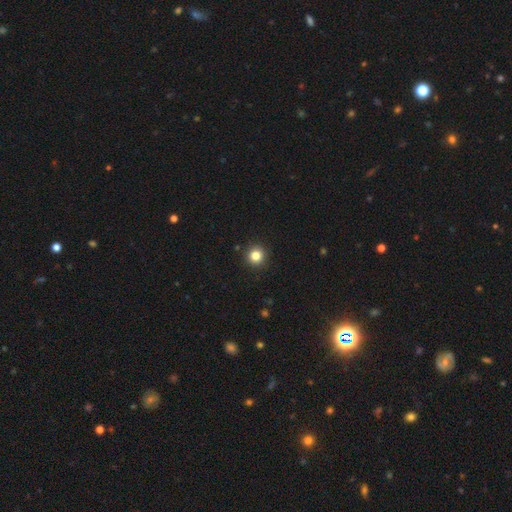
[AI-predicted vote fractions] Smooth or featured? smooth (83%)
How rounded? round (95%)
Merging? none (93%)